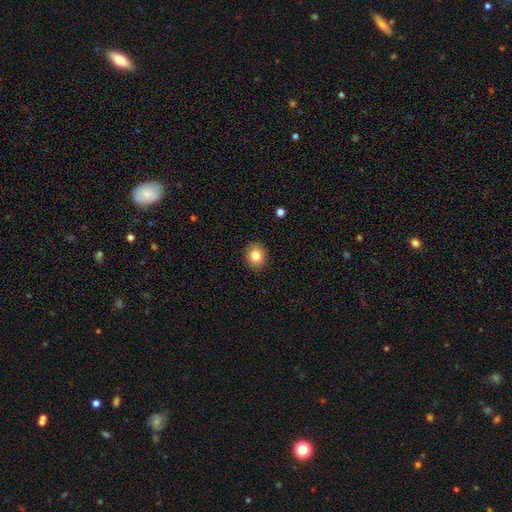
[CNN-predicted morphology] This is clearly a smooth galaxy (83%). How rounded: likely round (68%). Merging: clearly none (91%).